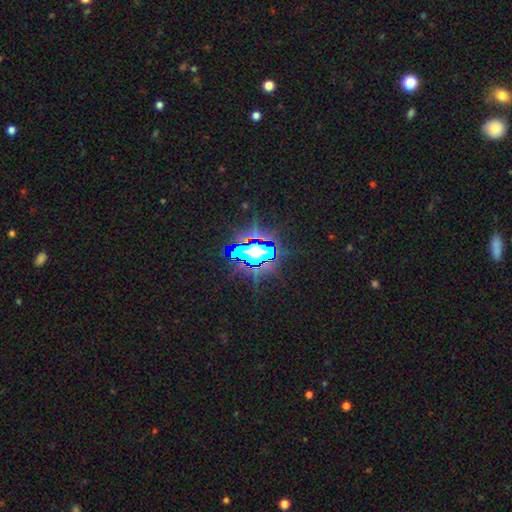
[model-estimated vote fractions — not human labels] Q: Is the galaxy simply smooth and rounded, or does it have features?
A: star or artifact — 79%.